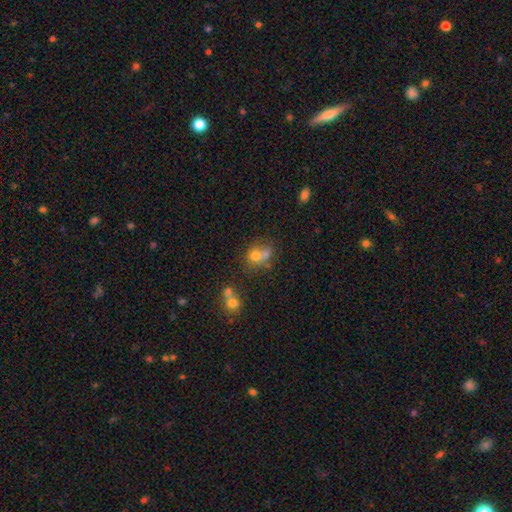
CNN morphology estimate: Smooth or featured? smooth (68%)
How rounded? round (67%)
Merging? merger (46%)